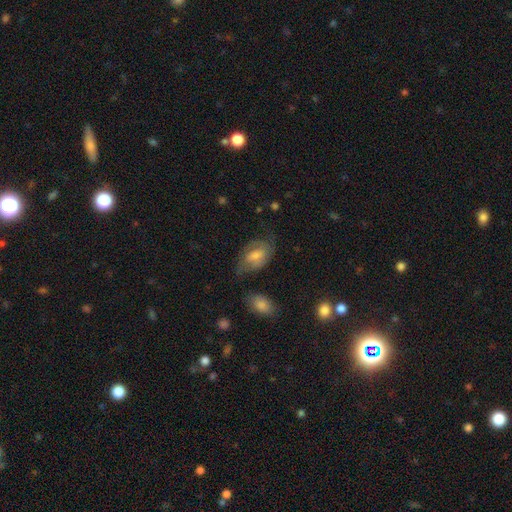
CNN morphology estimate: Smooth or featured: featured or disk — 48% (smooth — 43%)
Merging: none — 57% (minor disturbance — 26%)